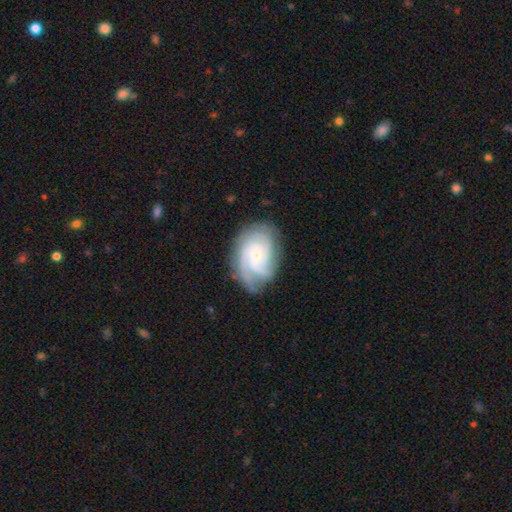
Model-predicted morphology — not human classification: A featured or disk galaxy (83%) with no bar (69%), 3 (35%) tight (63%) spiral arms (97%) and a small central bulge (77%). Merging: none (73%).